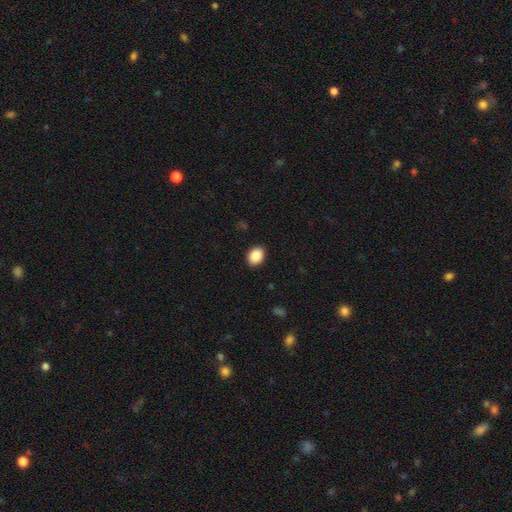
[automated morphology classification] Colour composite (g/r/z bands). It shows a smooth galaxy with no disk features (88%) that is in between round and cigar-shaped (62%). Merging: none (91%).